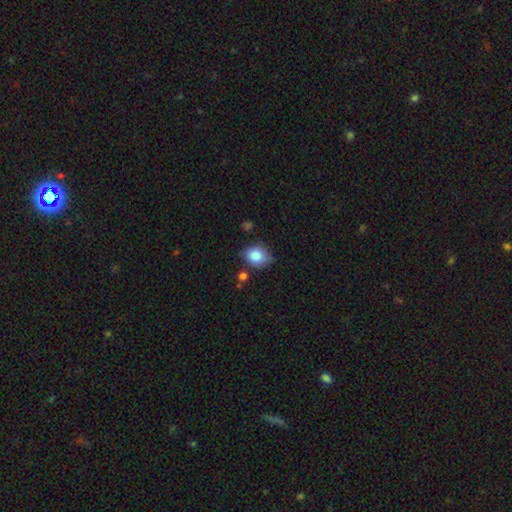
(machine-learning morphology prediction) Smooth or featured? smooth (84%)
How rounded? round (58%)
Merging? none (62%)